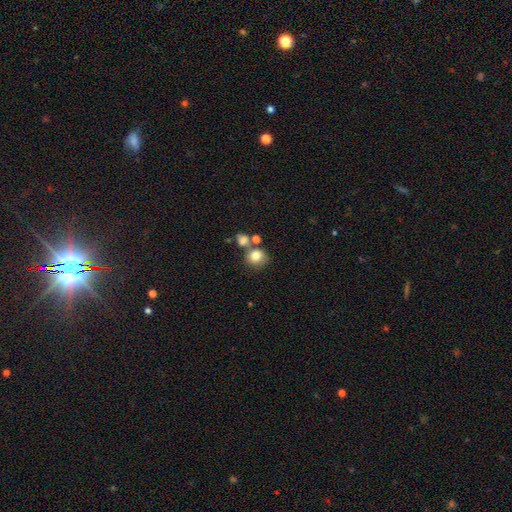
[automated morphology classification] Smooth or featured? smooth (80%)
How rounded? round (79%)
Merging? none (53%)